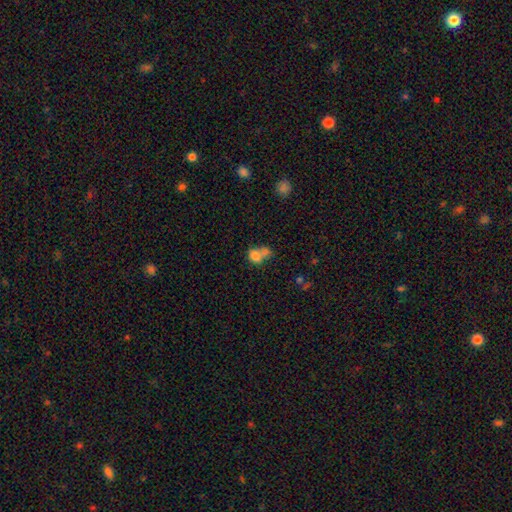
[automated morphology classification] Smooth or featured? Predicted: smooth (p=0.75). How rounded? Predicted: round (p=0.52). Merging? Predicted: merger (p=0.56).